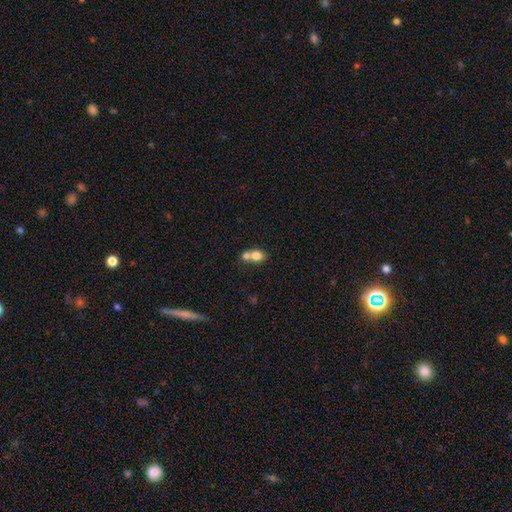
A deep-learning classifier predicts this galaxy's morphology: Overall: smooth (77%). How rounded: in between (51%; round 47%). Merging: merger (63%; none 27%).